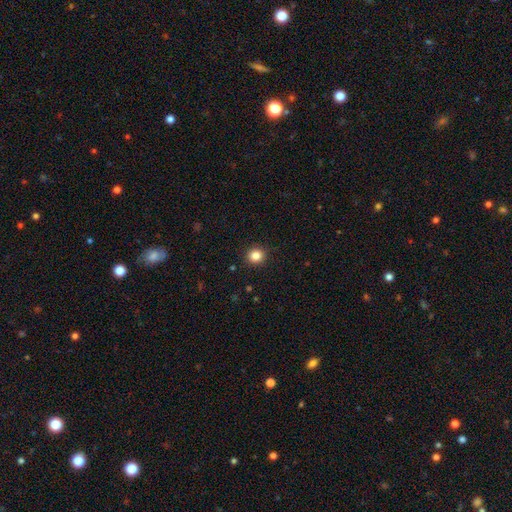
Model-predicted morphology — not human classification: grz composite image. It shows a smooth galaxy with no disk features (85%) that is round (89%). Merging: none (92%).